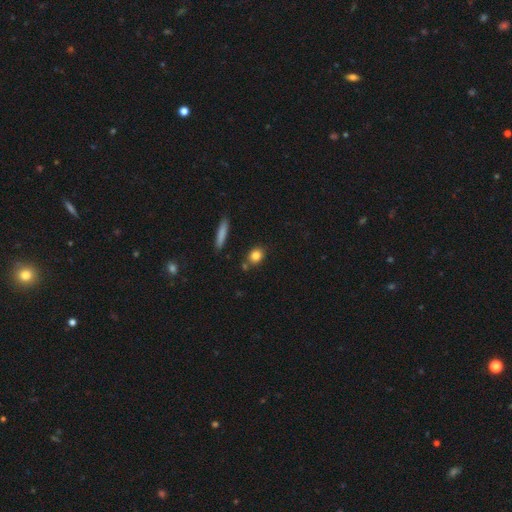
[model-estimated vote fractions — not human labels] This is clearly a smooth galaxy (82%). How rounded: possibly round (57%). Merging: likely none (78%).